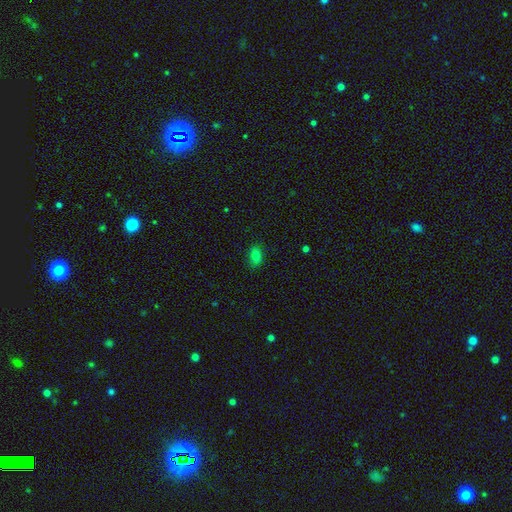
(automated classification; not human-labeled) Overall: smooth (80%). How rounded: in between (81%). Merging: none (84%).